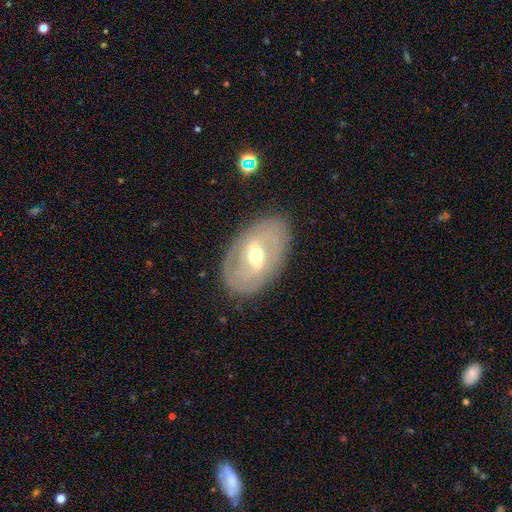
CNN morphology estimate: Smooth or featured: featured or disk — 73% (smooth — 21%)
Edge-on disk: no — 91% (yes — 9%)
Bar: strong — 44% (weak — 42%)
Spiral arms: yes — 57% (no — 43%)
Bulge size: moderate — 69% (small — 21%)
Merging: none — 83% (minor disturbance — 11%)